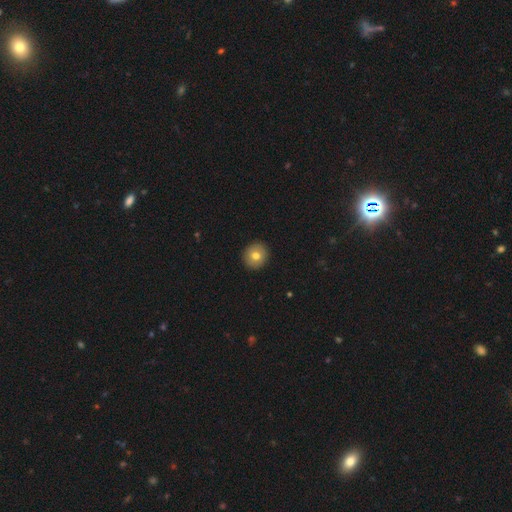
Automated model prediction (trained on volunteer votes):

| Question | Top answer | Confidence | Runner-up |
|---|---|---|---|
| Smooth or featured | smooth | 75% | featured or disk (16%) |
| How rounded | round | 89% | in between (10%) |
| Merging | none | 92% | minor disturbance (5%) |